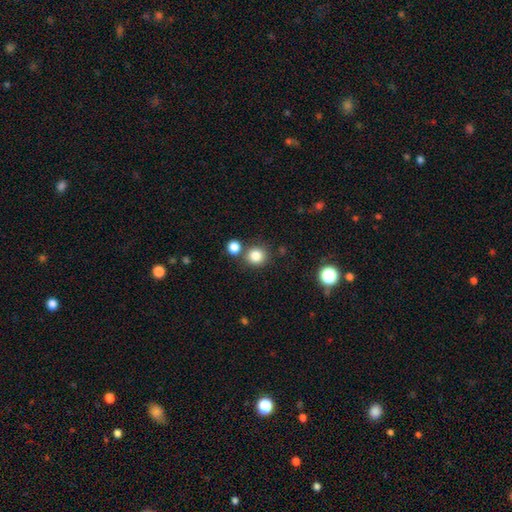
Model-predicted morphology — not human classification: The model was most divided on "merging": none: 75%, merger: 14%, minor disturbance: 9%, major disturbance: 3%. More confident: how rounded — round (89%); smooth or featured — smooth (83%).